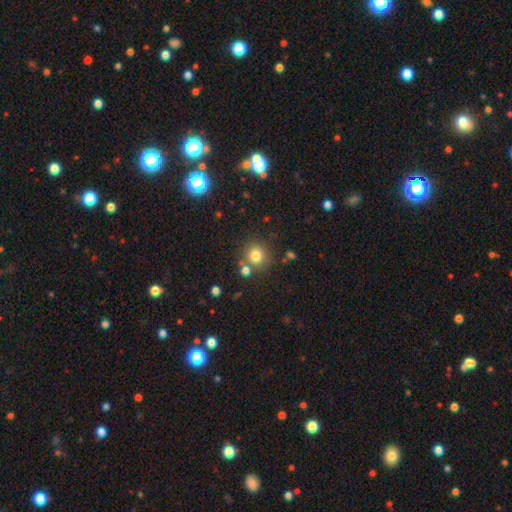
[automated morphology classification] Smooth or featured?
  - smooth: 79% *
  - star or artifact: 14%
  - featured or disk: 7%
How rounded?
  - round: 91% *
  - in between: 8%
  - cigar-shaped: 1%
Merging?
  - none: 76% *
  - merger: 12%
  - minor disturbance: 9%
  - major disturbance: 4%